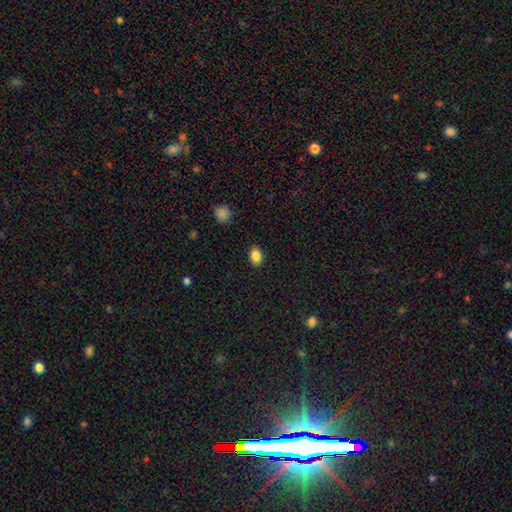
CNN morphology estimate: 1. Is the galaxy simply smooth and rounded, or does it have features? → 87% smooth, 9% star or artifact, 4% featured or disk.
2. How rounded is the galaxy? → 78% in between, 21% round, 1% cigar-shaped.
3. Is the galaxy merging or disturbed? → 89% none, 8% minor disturbance, 2% major disturbance, 1% merger.